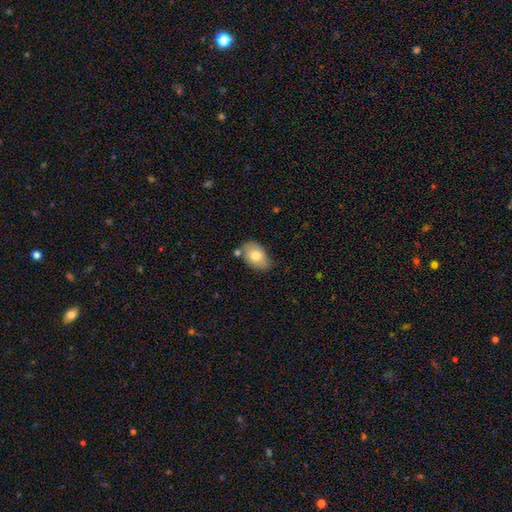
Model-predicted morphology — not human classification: smooth-or-featured: smooth: 73% | featured or disk: 20% | star or artifact: 7%
  how-rounded: in between: 88% | round: 10% | cigar-shaped: 1%
  merging: none: 58% | minor disturbance: 27% | merger: 9% | major disturbance: 5%